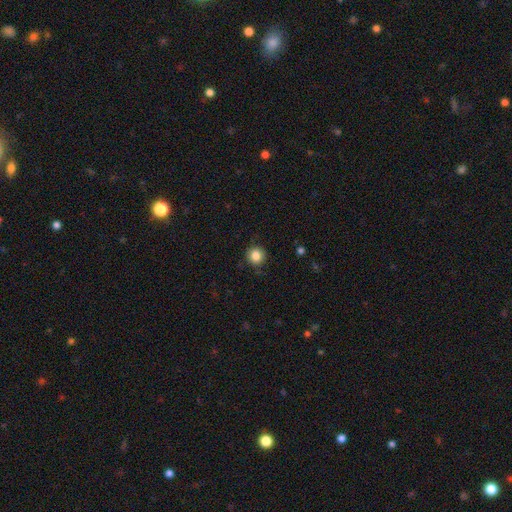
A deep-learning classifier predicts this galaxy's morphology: Q: Smooth or featured?
A: smooth (85%); runner-up: star or artifact (11%)
Q: How rounded?
A: round (94%); runner-up: in between (5%)
Q: Merging?
A: none (89%); runner-up: minor disturbance (8%)